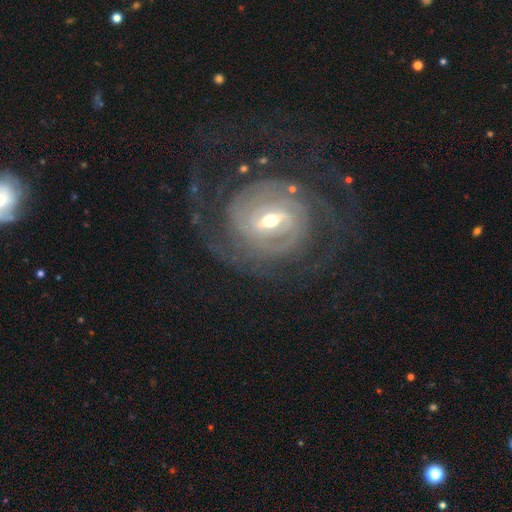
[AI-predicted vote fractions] smooth-or-featured: featured or disk: 88% | star or artifact: 6% | smooth: 6%
  disk-edge-on: no: 97% | yes: 3%
    bar: weak: 45% | strong: 41% | no: 14%
    has-spiral-arms: yes: 95% | no: 5%
      spiral-winding: tight: 60% | medium: 30% | loose: 10%
      spiral-arm-count: 2: 43% | can't tell: 23% | 3: 14% | 4: 8% | 1: 7% | more than 4: 6%
    bulge-size: moderate: 50% | small: 43% | large: 5% | dominant: 1% | none: 1%
  merging: none: 68% | major disturbance: 18% | minor disturbance: 13% | merger: 2%